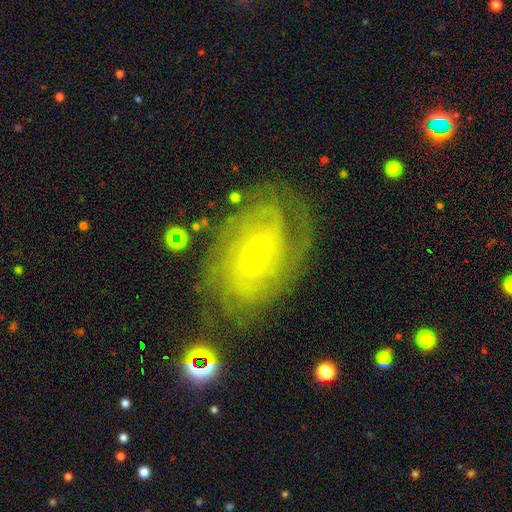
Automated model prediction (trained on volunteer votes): This is clearly a featured or disk galaxy (82%). It is clearly not viewed edge-on (96%). Bar: likely no (68%). Spiral arm pattern: clearly yes (94%). Spiral arm count: marginally can't tell (39%). Spiral winding: likely tight (71%). Central bulge: clearly small (86%). Merging: likely none (74%).